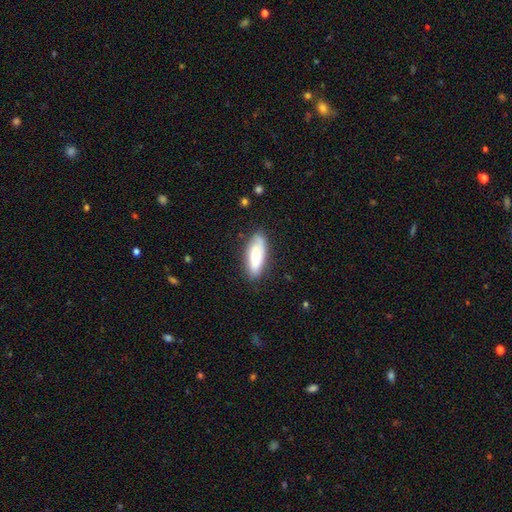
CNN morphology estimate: smooth_or_featured: smooth (p=0.56) [alt: featured or disk p=0.37]
how_rounded: in between (p=0.72) [alt: cigar-shaped p=0.26]
merging: none (p=0.79) [alt: minor disturbance p=0.16]